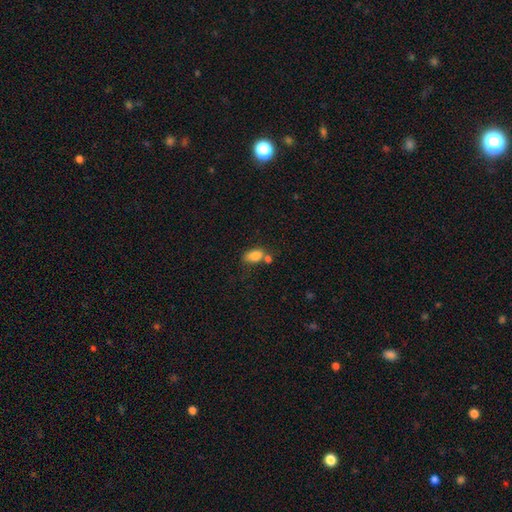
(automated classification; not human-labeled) smooth-or-featured: smooth: 84% | star or artifact: 9% | featured or disk: 7%
  how-rounded: in between: 88% | round: 9% | cigar-shaped: 2%
  merging: none: 50% | merger: 27% | minor disturbance: 17% | major disturbance: 7%